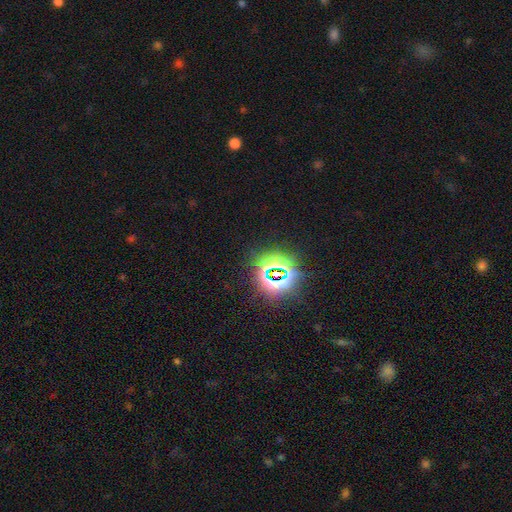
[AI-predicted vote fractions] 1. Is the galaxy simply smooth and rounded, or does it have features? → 79% star or artifact, 13% smooth, 8% featured or disk.